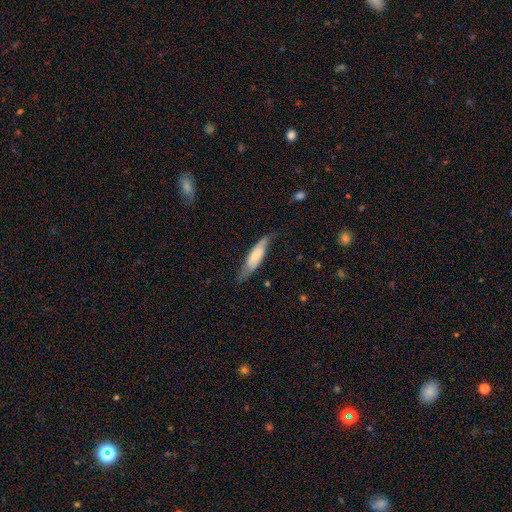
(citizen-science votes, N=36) Morphology: type=smooth (67%); roundness=cigar-shaped (67%); merging=none (60%).